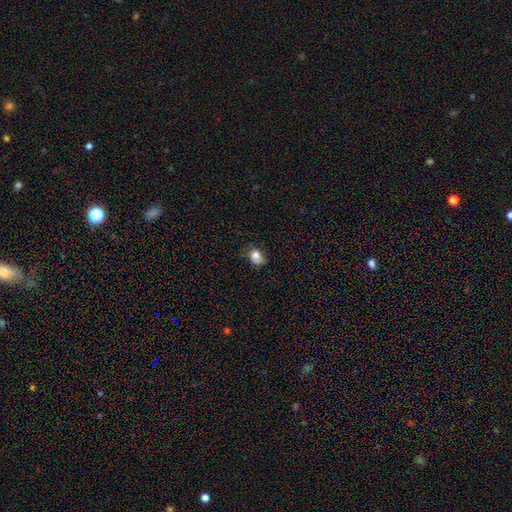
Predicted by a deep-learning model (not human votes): smooth_or_featured: smooth (p=0.79) [alt: featured or disk p=0.11]
how_rounded: in between (p=0.54) [alt: round p=0.45]
merging: none (p=0.51) [alt: minor disturbance p=0.34]